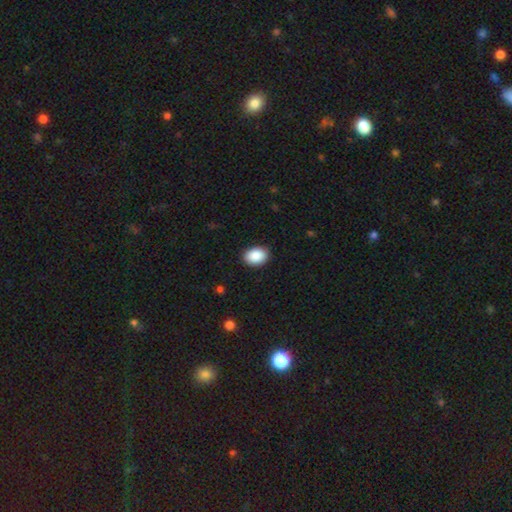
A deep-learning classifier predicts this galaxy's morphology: Q: Smooth or featured?
A: smooth (90%); runner-up: star or artifact (7%)
Q: How rounded?
A: in between (78%); runner-up: round (21%)
Q: Merging?
A: none (90%); runner-up: minor disturbance (8%)